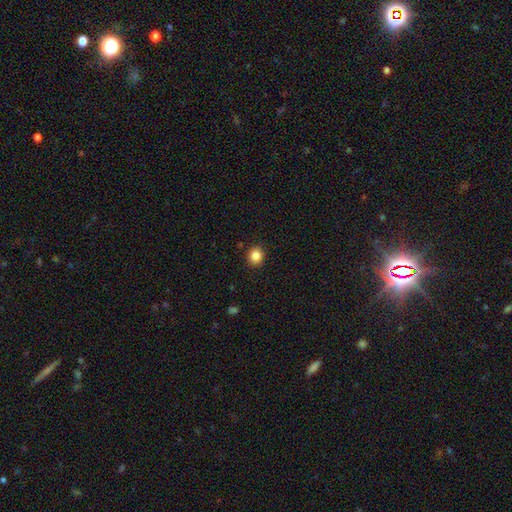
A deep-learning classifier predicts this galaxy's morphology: The model was most divided on "how rounded": round: 81%, in between: 18%, cigar-shaped: 1%. More confident: merging — none (91%); smooth or featured — smooth (85%).